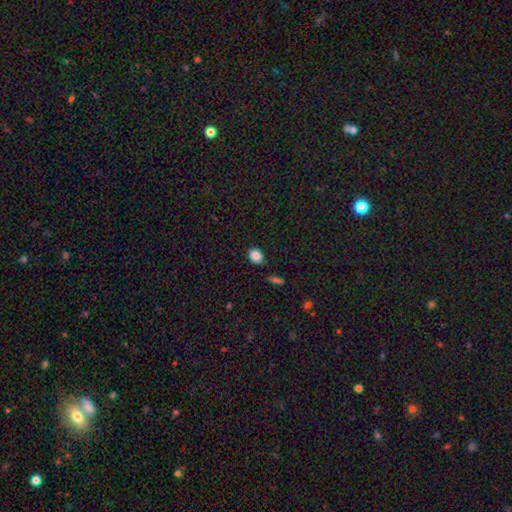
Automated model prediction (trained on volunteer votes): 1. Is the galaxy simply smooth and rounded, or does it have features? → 86% smooth, 10% star or artifact, 4% featured or disk.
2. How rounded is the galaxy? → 58% in between, 41% round, 1% cigar-shaped.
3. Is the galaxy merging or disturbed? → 87% none, 9% minor disturbance, 2% major disturbance, 2% merger.